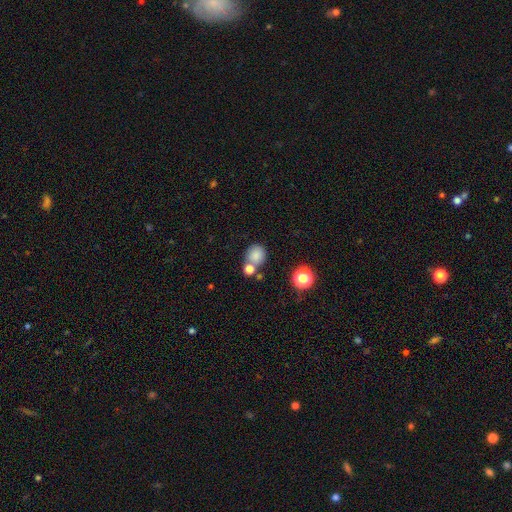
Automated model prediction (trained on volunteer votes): Q: Smooth or featured?
A: smooth (80%); runner-up: star or artifact (13%)
Q: How rounded?
A: round (82%); runner-up: in between (17%)
Q: Merging?
A: none (57%); runner-up: merger (28%)